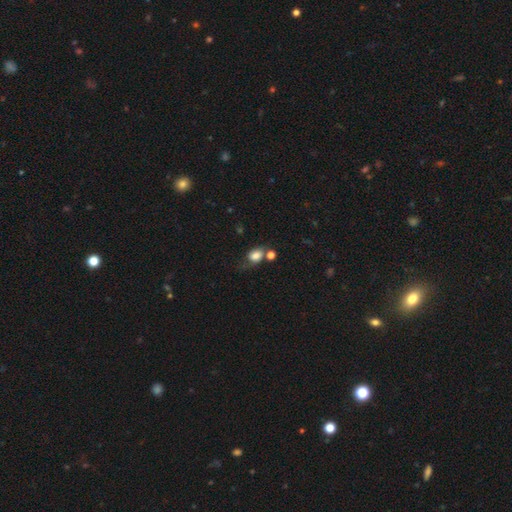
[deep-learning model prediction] The model was most divided on "merging": none: 44%, minor disturbance: 24%, merger: 19%, major disturbance: 13%. More confident: smooth or featured — smooth (78%); how rounded — in between (67%).